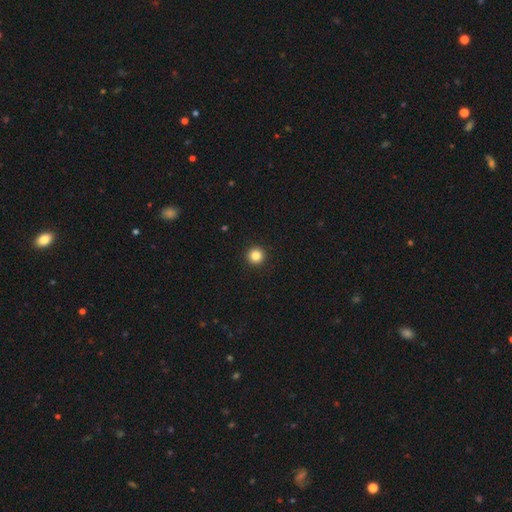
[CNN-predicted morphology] Smooth or featured: smooth — 84% (star or artifact — 12%)
How rounded: round — 96% (in between — 3%)
Merging: none — 94% (minor disturbance — 4%)